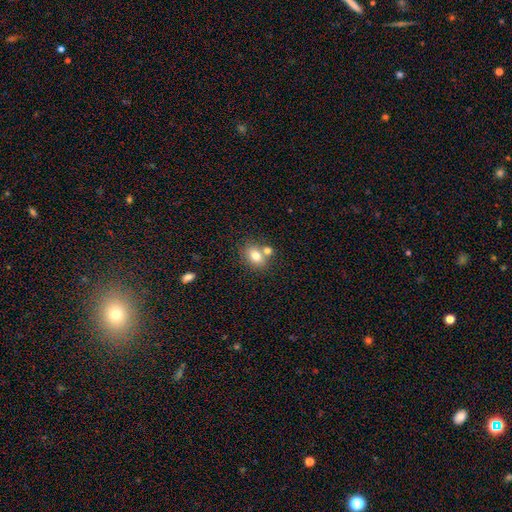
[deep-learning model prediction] smooth-or-featured: smooth: 76% | featured or disk: 13% | star or artifact: 11%
  how-rounded: in between: 58% | round: 41% | cigar-shaped: 1%
  merging: none: 54% | merger: 31% | minor disturbance: 11% | major disturbance: 4%